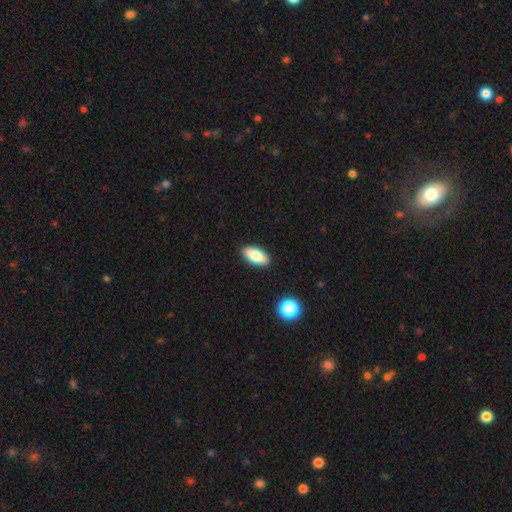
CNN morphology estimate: Smooth or featured? Predicted: smooth (p=0.77). How rounded? Predicted: in between (p=0.84). Merging? Predicted: none (p=0.90).